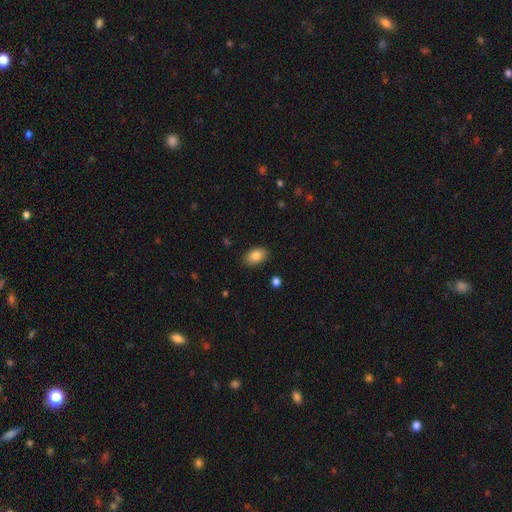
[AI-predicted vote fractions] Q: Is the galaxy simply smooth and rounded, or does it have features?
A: smooth — 84%.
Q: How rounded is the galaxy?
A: in between — 89%.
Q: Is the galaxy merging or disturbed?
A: none — 87%.